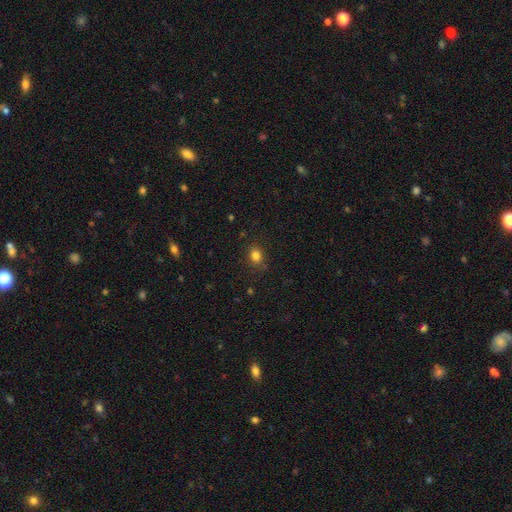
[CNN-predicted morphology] This is clearly a smooth galaxy (82%). How rounded: likely round (63%). Merging: clearly none (83%).